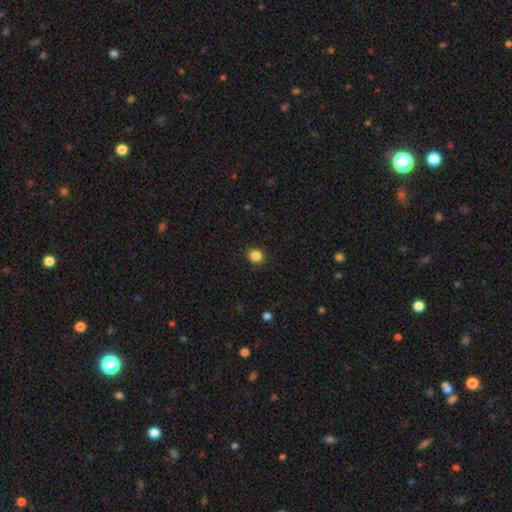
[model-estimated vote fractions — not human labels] This appears to be a smooth galaxy with no disk features (86%) that is round (79%). Merging: none (91%).